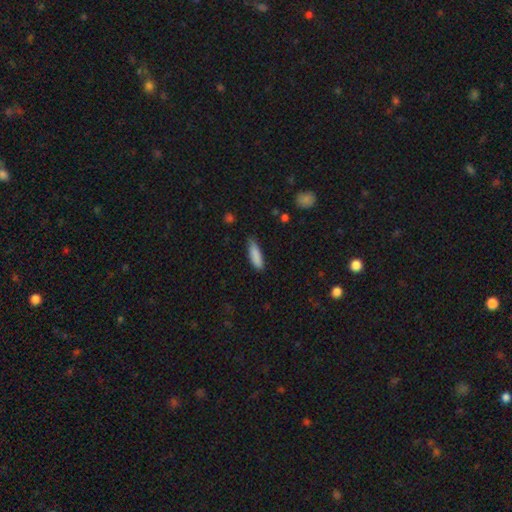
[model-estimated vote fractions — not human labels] Overall: smooth (87%). How rounded: cigar-shaped (59%; in between 39%). Merging: none (74%).